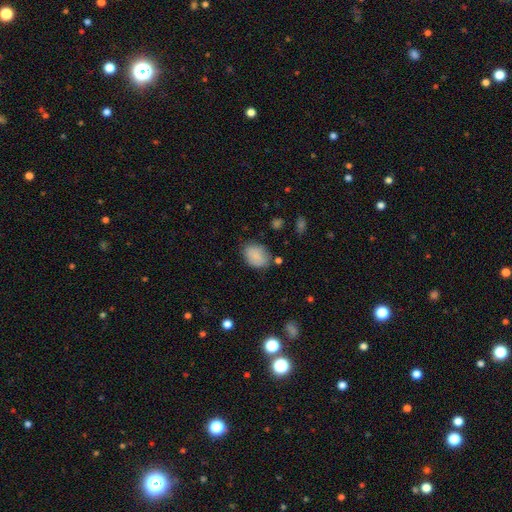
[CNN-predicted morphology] Smooth or featured? smooth (84%)
How rounded? in between (74%)
Merging? none (69%)